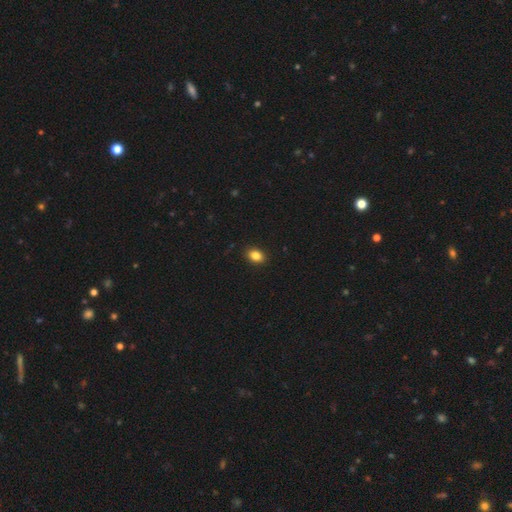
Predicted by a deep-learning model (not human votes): Morphology: type=smooth (85%); roundness=in between (78%); merging=none (90%).